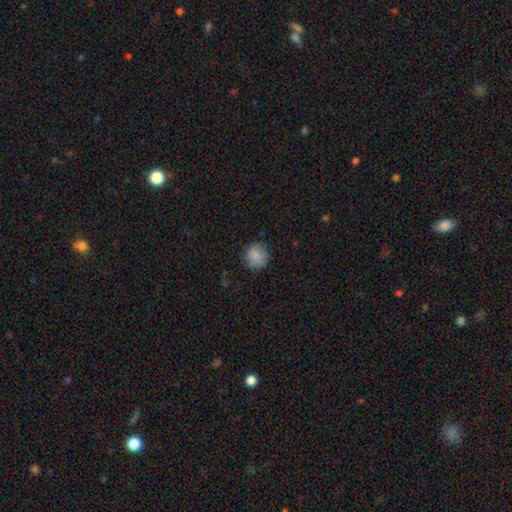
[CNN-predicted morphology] Smooth or featured? Predicted: smooth (p=0.87). How rounded? Predicted: round (p=0.91). Merging? Predicted: none (p=0.86).